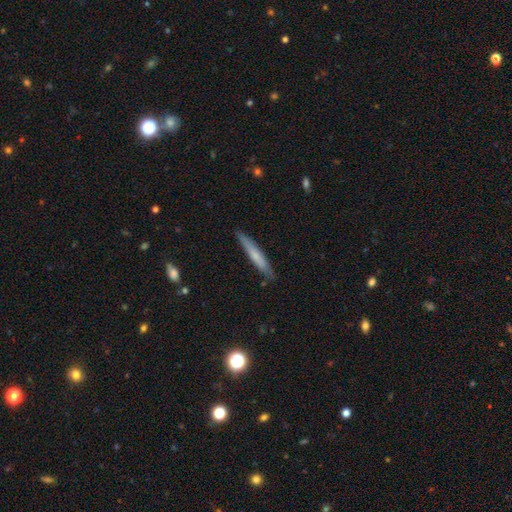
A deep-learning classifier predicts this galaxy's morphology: A smooth galaxy with no disk features (61%) that is cigar-shaped (94%).

Vote fractions:
- Smooth or featured? smooth: 61% / featured or disk: 33% / star or artifact: 6%
- How rounded? cigar-shaped: 94% / in between: 5% / round: 1%
- Merging? none: 85% / minor disturbance: 12% / major disturbance: 2% / merger: 1%